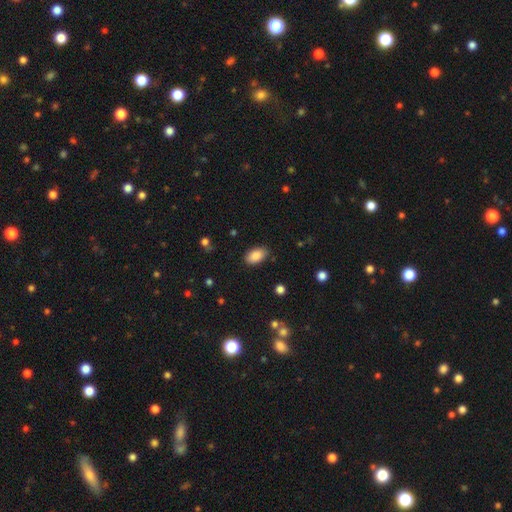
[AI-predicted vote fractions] A smooth galaxy with no disk features (88%) that is in between round and cigar-shaped (93%). Merging: none (85%).